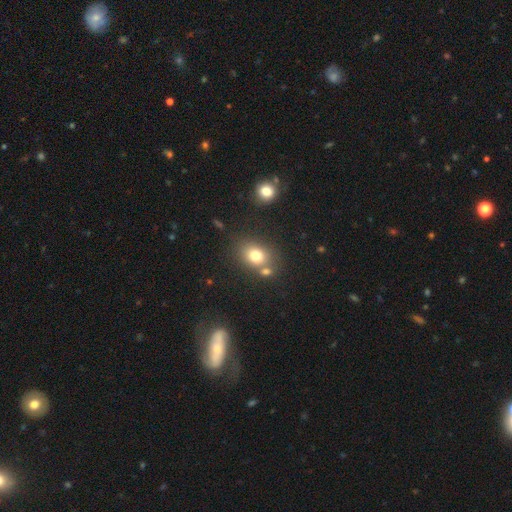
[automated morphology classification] This is likely a smooth galaxy (77%). How rounded: possibly round (51%). Merging: possibly none (60%).